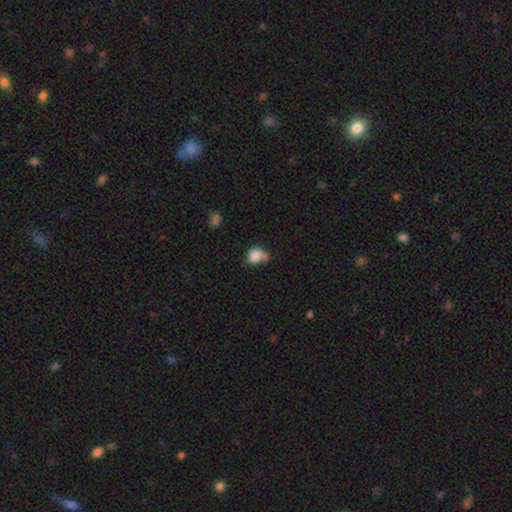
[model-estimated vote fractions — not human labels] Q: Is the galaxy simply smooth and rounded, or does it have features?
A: smooth — 84%.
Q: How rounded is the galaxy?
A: round — 62%.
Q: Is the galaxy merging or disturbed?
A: none — 44%.